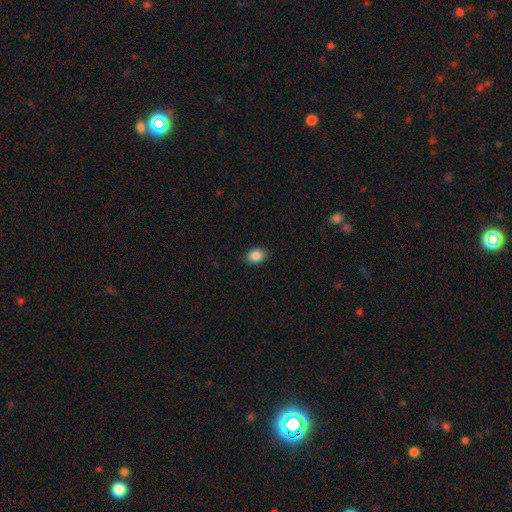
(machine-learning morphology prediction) This appears to be a smooth galaxy with no disk features (87%) that is in between round and cigar-shaped (75%). Merging: none (88%).